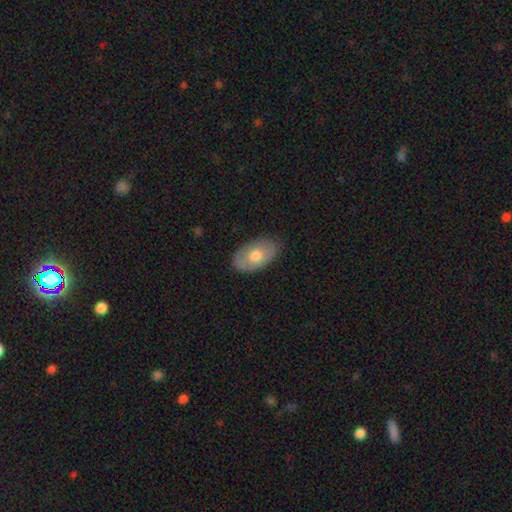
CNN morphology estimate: The model was most divided on "smooth or featured": smooth: 68%, featured or disk: 26%, star or artifact: 6%. More confident: how rounded — in between (92%); merging — none (81%).